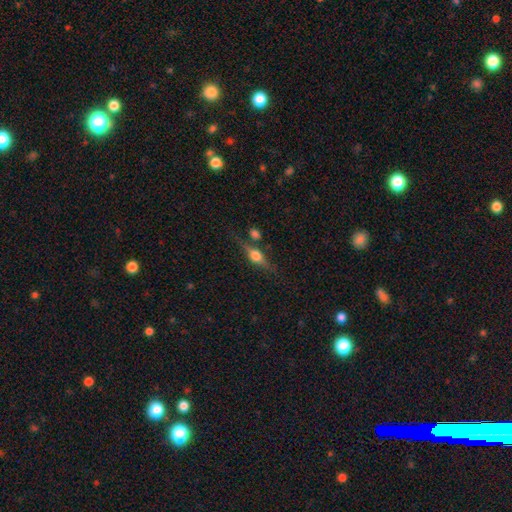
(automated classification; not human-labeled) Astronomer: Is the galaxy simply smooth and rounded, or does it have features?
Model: featured or disk — 63%.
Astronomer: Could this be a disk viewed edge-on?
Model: yes — 94%.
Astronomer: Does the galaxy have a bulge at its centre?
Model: rounded — 94%.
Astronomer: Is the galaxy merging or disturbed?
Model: none — 68%.